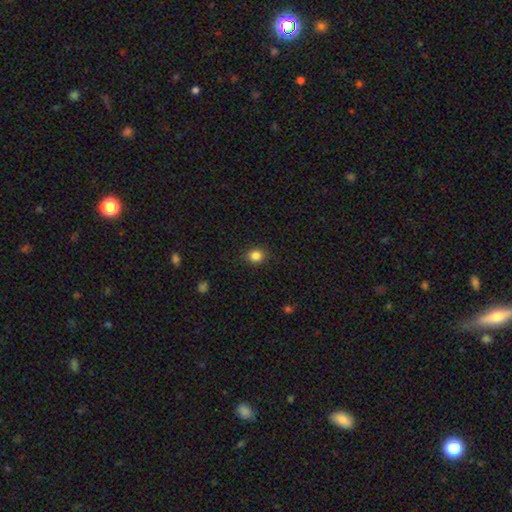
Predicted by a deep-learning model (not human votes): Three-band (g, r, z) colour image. It shows a smooth galaxy with no disk features (85%) that is round (81%). Merging: none (91%).